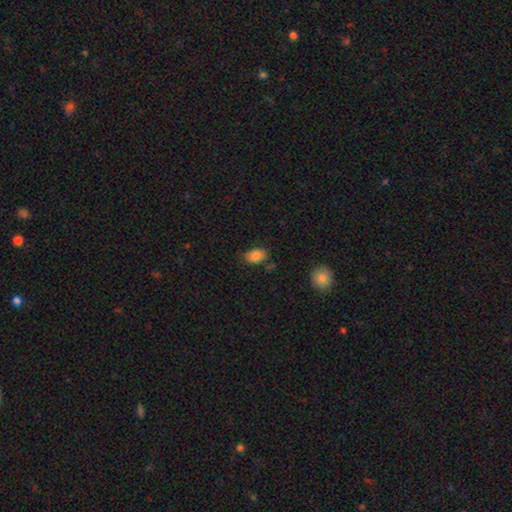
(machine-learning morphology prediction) smooth-or-featured: smooth: 86% | star or artifact: 9% | featured or disk: 5%
  how-rounded: in between: 80% | round: 19% | cigar-shaped: 1%
  merging: none: 73% | minor disturbance: 18% | merger: 4% | major disturbance: 4%